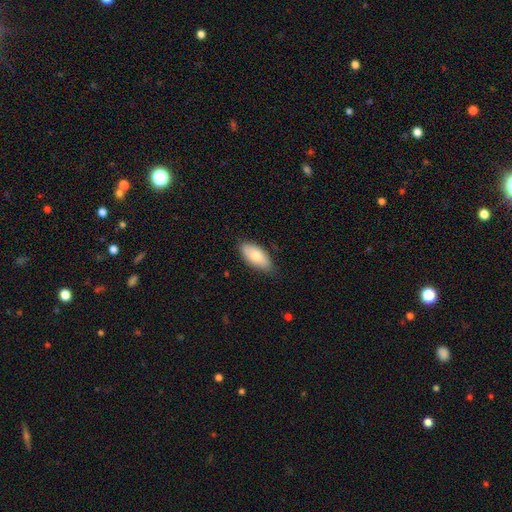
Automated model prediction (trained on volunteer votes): Smooth or featured? Predicted: smooth (p=0.75). How rounded? Predicted: in between (p=0.90). Merging? Predicted: none (p=0.81).